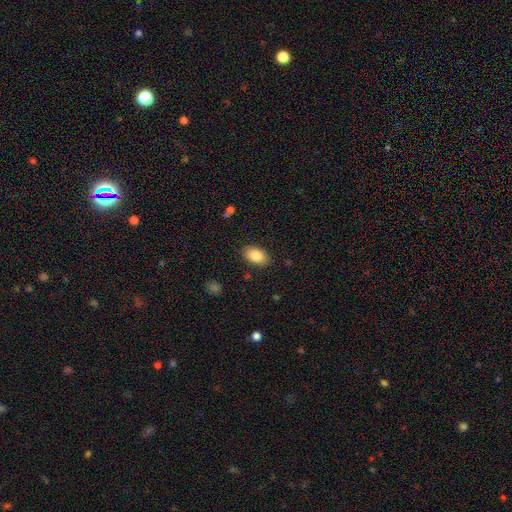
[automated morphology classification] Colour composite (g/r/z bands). It shows a smooth galaxy with no disk features (86%) that is in between round and cigar-shaped (92%). Merging: none (86%).